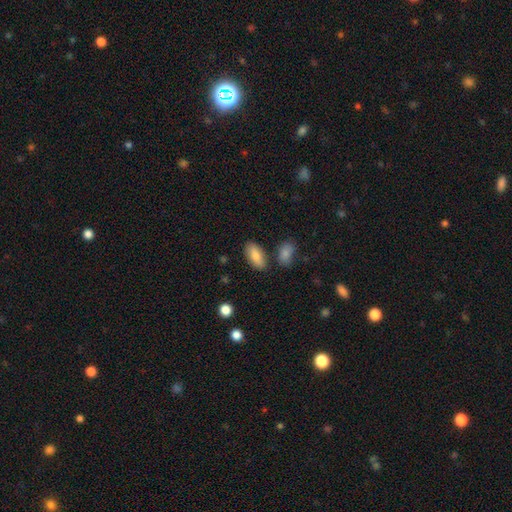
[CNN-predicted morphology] The model was most divided on "merging": none: 80%, minor disturbance: 11%, merger: 7%, major disturbance: 3%. More confident: how rounded — in between (88%); smooth or featured — smooth (83%).